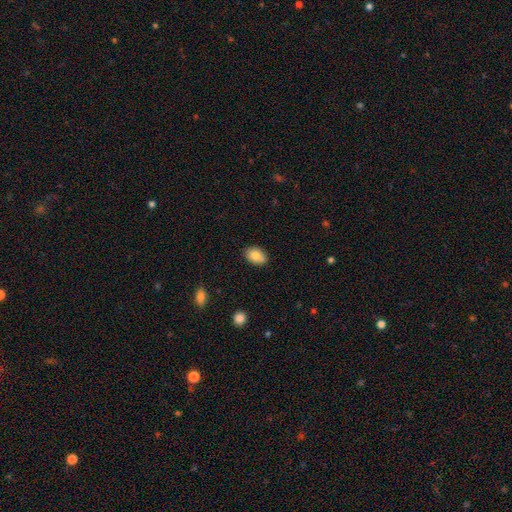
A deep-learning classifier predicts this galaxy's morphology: smooth_or_featured: smooth (p=0.84) [alt: featured or disk p=0.08]
how_rounded: in between (p=0.87) [alt: round p=0.12]
merging: none (p=0.84) [alt: minor disturbance p=0.12]